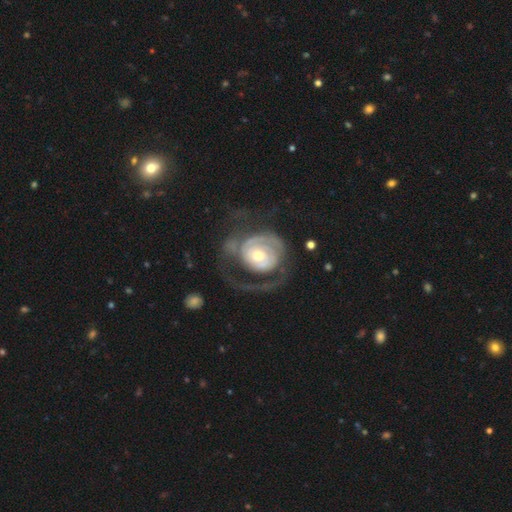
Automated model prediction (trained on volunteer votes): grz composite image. It shows a featured or disk galaxy (79%) with no bar (69%), 2 (38%) tight (47%) spiral arms (79%) and a moderate central bulge (53%). Merging: major disturbance (41%, tied with none).